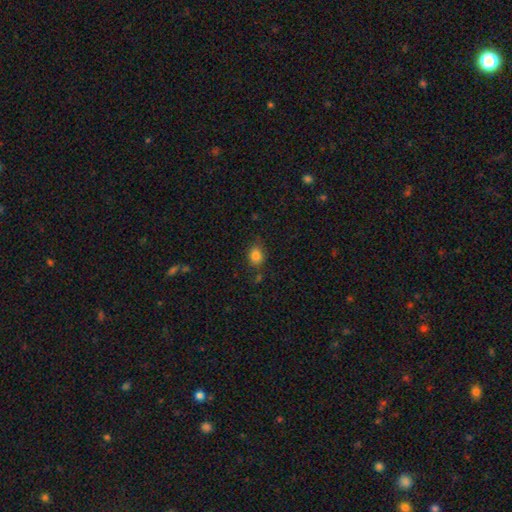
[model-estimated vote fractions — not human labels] smooth_or_featured: smooth (p=0.83) [alt: star or artifact p=0.11]
how_rounded: in between (p=0.55) [alt: round p=0.44]
merging: none (p=0.75) [alt: minor disturbance p=0.17]